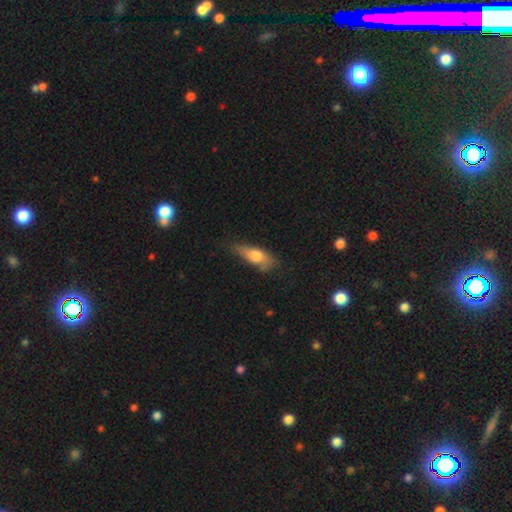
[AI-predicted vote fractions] Smooth or featured? smooth (70%)
How rounded? in between (68%)
Merging? none (56%)